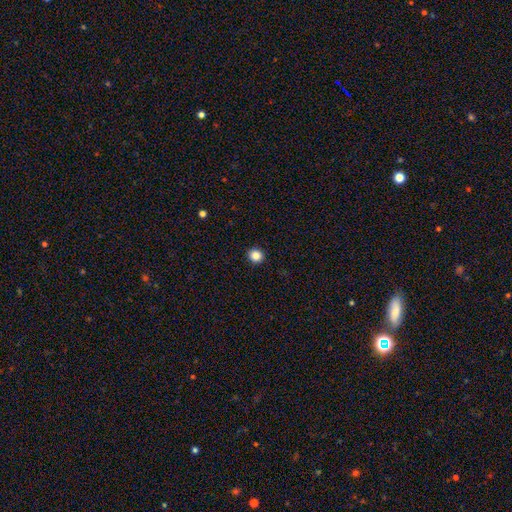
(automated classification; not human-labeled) Smooth or featured: smooth — 86% (star or artifact — 10%)
How rounded: round — 88% (in between — 11%)
Merging: none — 93% (minor disturbance — 4%)